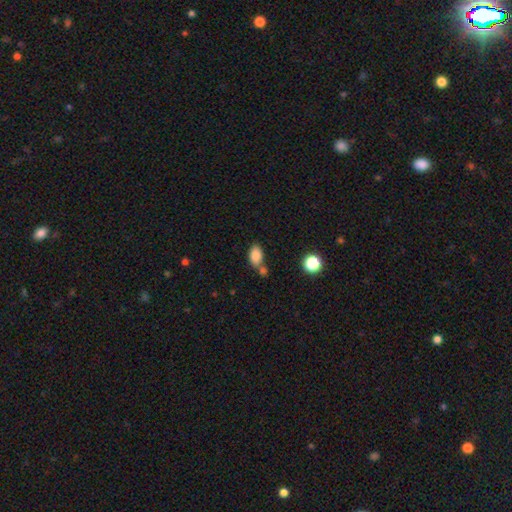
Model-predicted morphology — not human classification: Smooth or featured? smooth (84%)
How rounded? in between (88%)
Merging? none (53%)